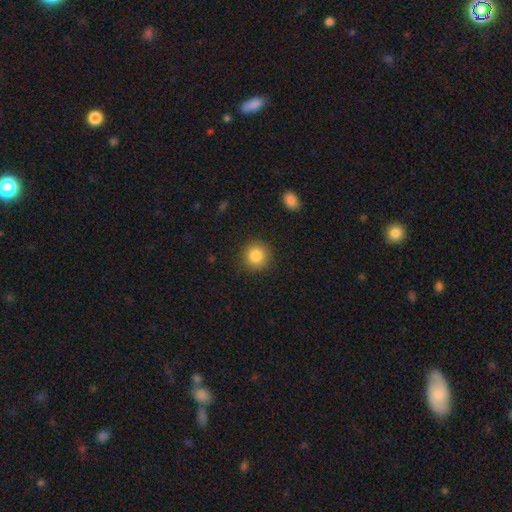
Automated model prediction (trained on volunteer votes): Smooth or featured? Predicted: smooth (p=0.85). How rounded? Predicted: round (p=0.92). Merging? Predicted: none (p=0.89).